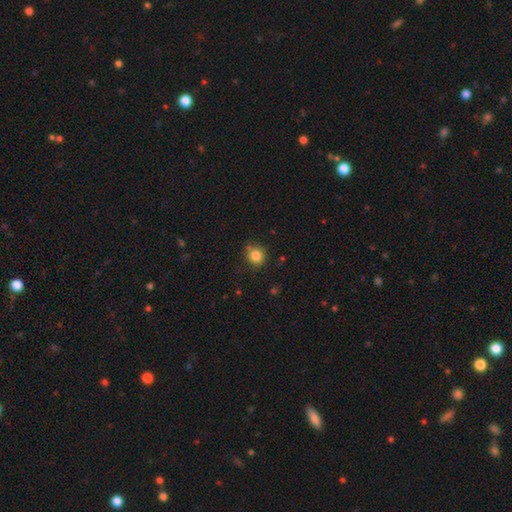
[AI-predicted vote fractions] A smooth galaxy with no disk features (84%) that is round (87%).

Vote fractions:
- Smooth or featured? smooth: 84% / star or artifact: 11% / featured or disk: 5%
- How rounded? round: 87% / in between: 12% / cigar-shaped: 1%
- Merging? none: 74% / minor disturbance: 16% / merger: 6% / major disturbance: 4%